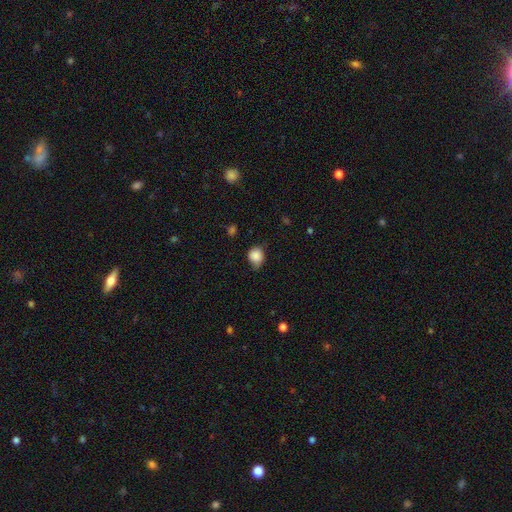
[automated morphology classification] A smooth galaxy with no disk features (87%) that is round (67%). Merging: none (59%).